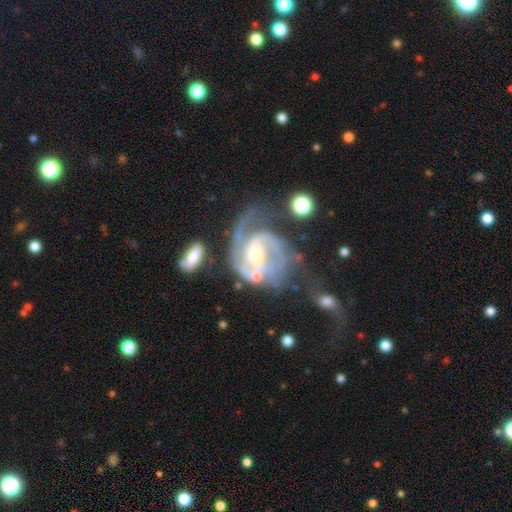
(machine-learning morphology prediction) Q: Smooth or featured?
A: featured or disk (90%); runner-up: star or artifact (5%)
Q: Edge-on disk?
A: no (98%); runner-up: yes (2%)
Q: Bar?
A: weak (43%); runner-up: no (42%)
Q: Spiral arms?
A: yes (97%); runner-up: no (3%)
Q: Spiral winding?
A: medium (47%); runner-up: tight (38%)
Q: Spiral arm count?
A: 2 (57%); runner-up: 1 (14%)
Q: Bulge size?
A: small (54%); runner-up: moderate (37%)
Q: Merging?
A: none (39%); runner-up: major disturbance (30%)